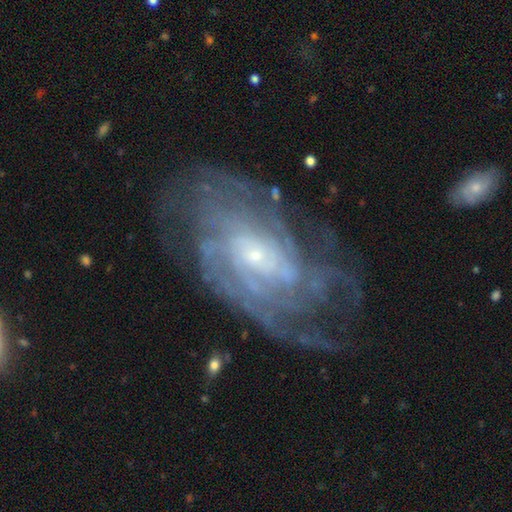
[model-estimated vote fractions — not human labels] Q: Smooth or featured?
A: featured or disk (86%); runner-up: smooth (7%)
Q: Edge-on disk?
A: no (95%); runner-up: yes (5%)
Q: Bar?
A: no (69%); runner-up: weak (24%)
Q: Spiral arms?
A: yes (93%); runner-up: no (7%)
Q: Spiral winding?
A: tight (64%); runner-up: medium (28%)
Q: Spiral arm count?
A: can't tell (41%); runner-up: 4 (16%)
Q: Bulge size?
A: small (80%); runner-up: moderate (15%)
Q: Merging?
A: none (66%); runner-up: minor disturbance (18%)